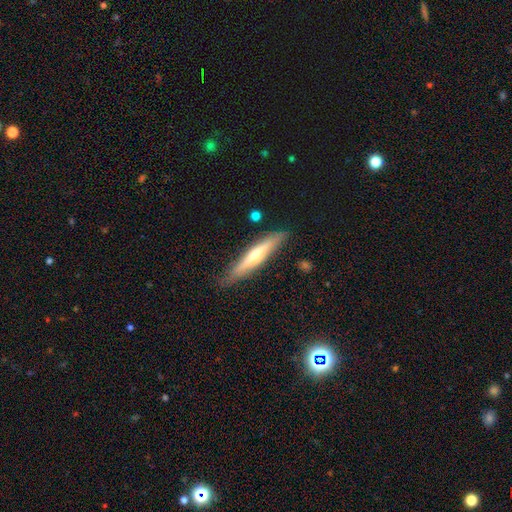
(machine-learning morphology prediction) Smooth or featured: featured or disk — 57% (smooth — 38%)
Edge-on disk: yes — 92% (no — 8%)
Edge-on bulge: rounded — 82% (none — 14%)
Merging: none — 84% (minor disturbance — 12%)